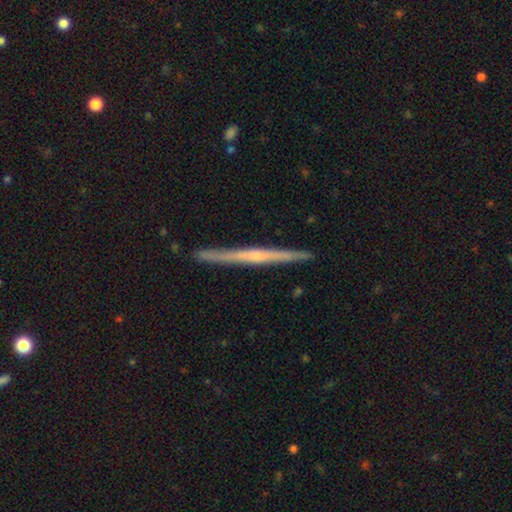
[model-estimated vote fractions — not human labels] Smooth or featured: featured or disk — 70% (smooth — 24%)
Edge-on disk: yes — 98% (no — 2%)
Edge-on bulge: none — 53% (rounded — 38%)
Merging: none — 91% (minor disturbance — 6%)